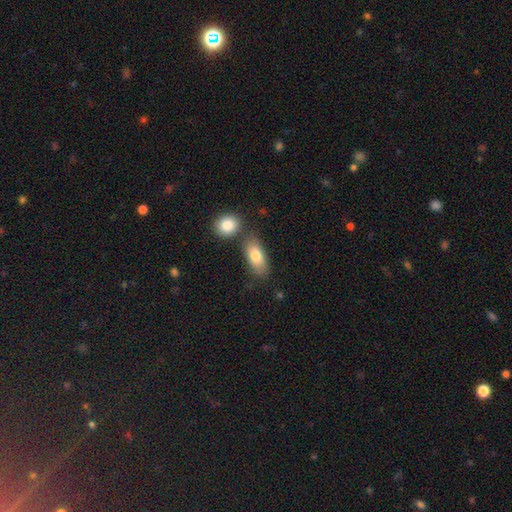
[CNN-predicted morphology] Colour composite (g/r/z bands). It shows a smooth galaxy with no disk features (79%) that is in between round and cigar-shaped (84%). Merging: none (65%).